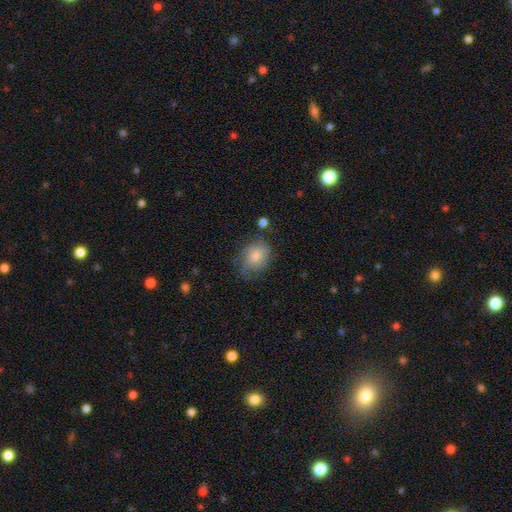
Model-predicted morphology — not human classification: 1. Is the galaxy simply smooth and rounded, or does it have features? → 54% smooth, 35% featured or disk, 11% star or artifact.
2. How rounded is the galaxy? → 50% in between, 48% round, 1% cigar-shaped.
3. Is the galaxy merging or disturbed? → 63% none, 25% minor disturbance, 10% major disturbance, 2% merger.